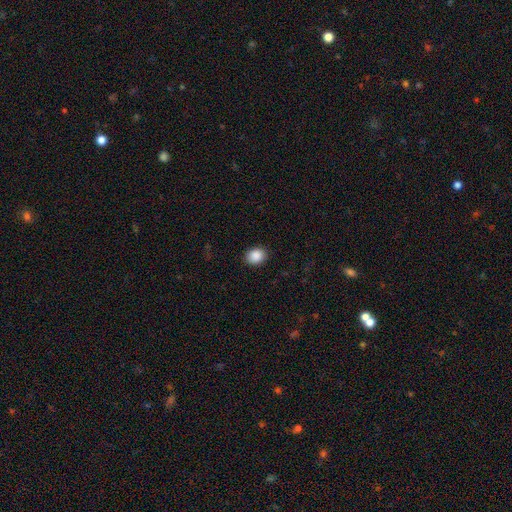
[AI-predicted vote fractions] Smooth or featured: smooth — 89% (star or artifact — 8%)
How rounded: in between — 58% (round — 41%)
Merging: none — 89% (minor disturbance — 8%)